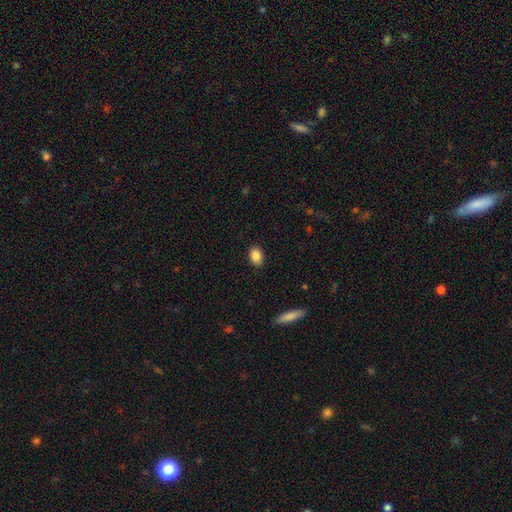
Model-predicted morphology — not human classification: type=smooth (88%); roundness=in between (82%); merging=none (89%).